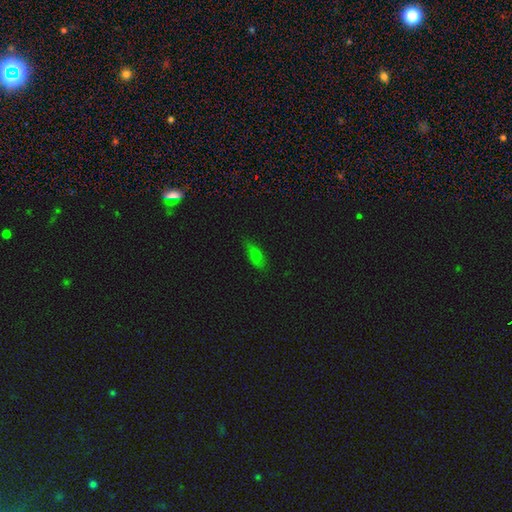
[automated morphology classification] This is likely a smooth galaxy (71%). How rounded: likely in between (77%). Merging: likely none (71%).